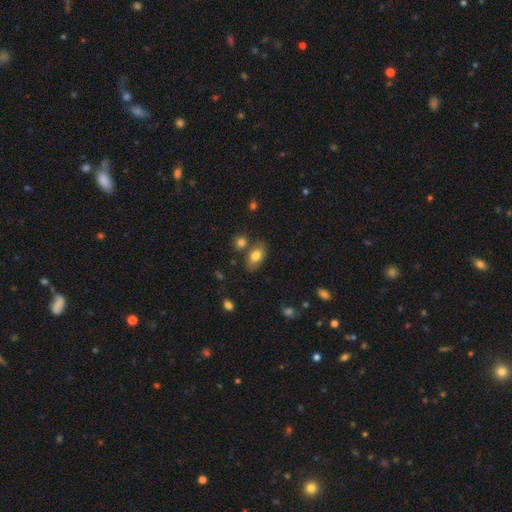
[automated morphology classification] smooth 79%, featured or disk 13%, star or artifact 8%. Down the decision tree: how rounded — in between (90%); merging — none (71%).